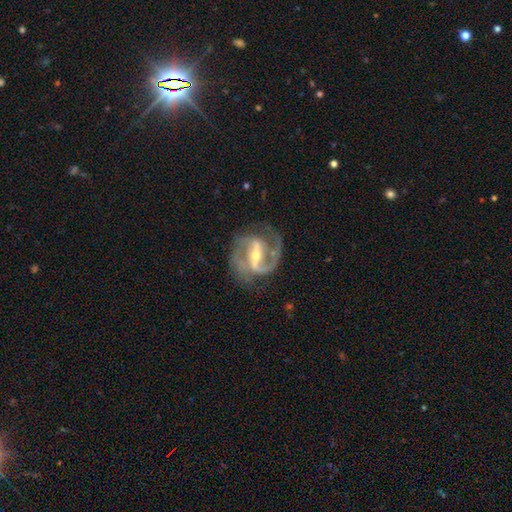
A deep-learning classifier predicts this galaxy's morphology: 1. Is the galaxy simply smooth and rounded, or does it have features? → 92% featured or disk, 5% star or artifact, 4% smooth.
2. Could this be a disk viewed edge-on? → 97% no, 3% yes.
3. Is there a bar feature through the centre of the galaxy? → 63% strong, 28% weak, 8% no.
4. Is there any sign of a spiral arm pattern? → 97% yes, 3% no.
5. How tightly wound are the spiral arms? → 59% medium, 22% tight, 18% loose.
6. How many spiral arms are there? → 89% 2, 3% 1, 3% 3, 3% can't tell, 1% 4, 1% more than 4.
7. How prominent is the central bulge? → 49% moderate, 47% small, 2% large, 1% none, 1% dominant.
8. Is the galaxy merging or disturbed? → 72% none, 16% minor disturbance, 10% major disturbance, 2% merger.